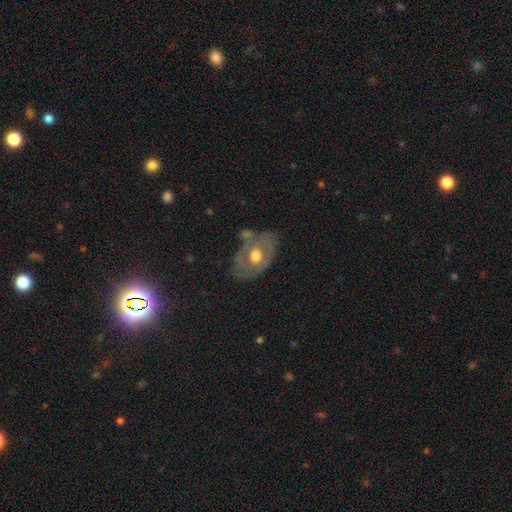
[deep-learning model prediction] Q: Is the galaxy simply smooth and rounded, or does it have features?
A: featured or disk — 66%.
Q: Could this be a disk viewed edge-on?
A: no — 94%.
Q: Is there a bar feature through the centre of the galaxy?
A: no — 76%.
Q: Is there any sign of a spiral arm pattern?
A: yes — 51%.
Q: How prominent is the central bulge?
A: moderate — 67%.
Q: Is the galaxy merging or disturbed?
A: none — 55%.